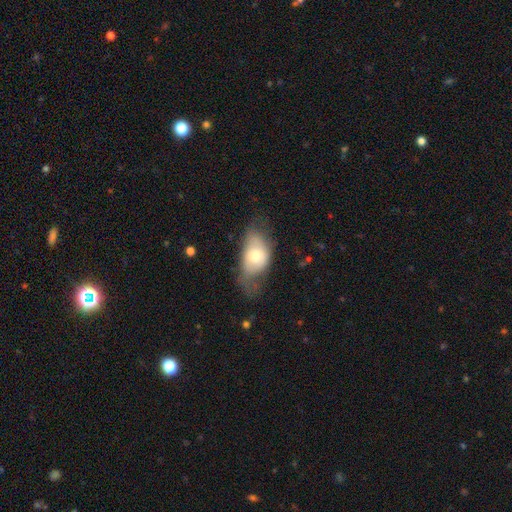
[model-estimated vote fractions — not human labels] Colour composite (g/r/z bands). It shows a smooth galaxy with no disk features (63%) that is in between round and cigar-shaped (84%). Merging: minor disturbance (35%).